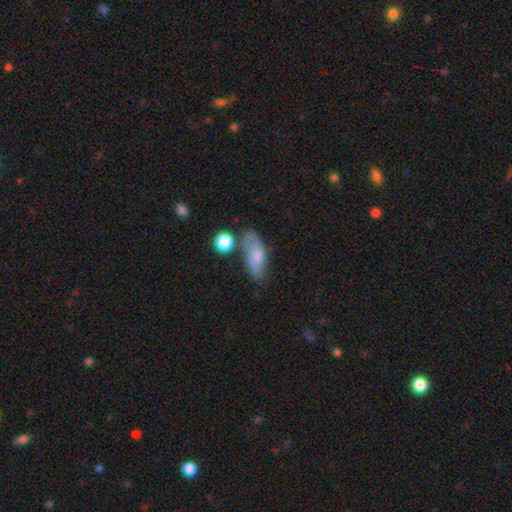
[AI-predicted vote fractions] smooth 62%, featured or disk 30%, star or artifact 8%. Down the decision tree: how rounded — in between (80%); merging — none (52%).